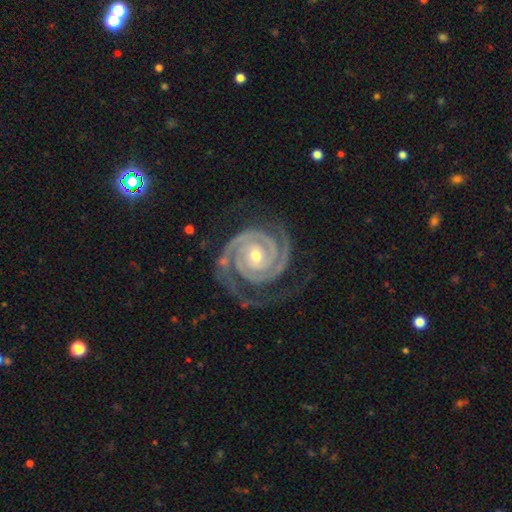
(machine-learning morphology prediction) Overall: featured or disk (94%). Edge-on disk: no (98%). Bar: no (65%). Spiral arms: yes (99%). Spiral arm count: 2 (83%). Spiral winding: tight (84%). Bulge size: small (49%, tied with moderate). Merging: none (76%).